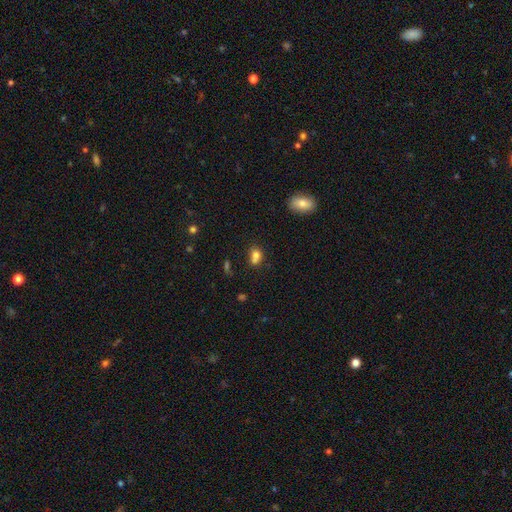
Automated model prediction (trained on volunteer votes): smooth 74%, star or artifact 13%, featured or disk 13%. Down the decision tree: how rounded — in between (50%); merging — merger (45%).